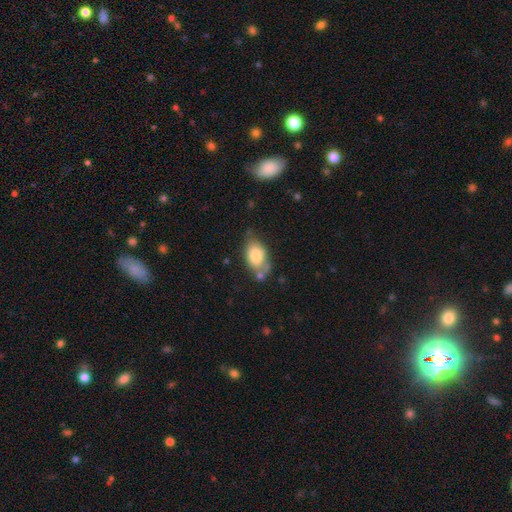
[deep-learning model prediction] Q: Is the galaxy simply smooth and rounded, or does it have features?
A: smooth — 76%.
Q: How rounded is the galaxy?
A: in between — 89%.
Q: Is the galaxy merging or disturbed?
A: none — 52%.